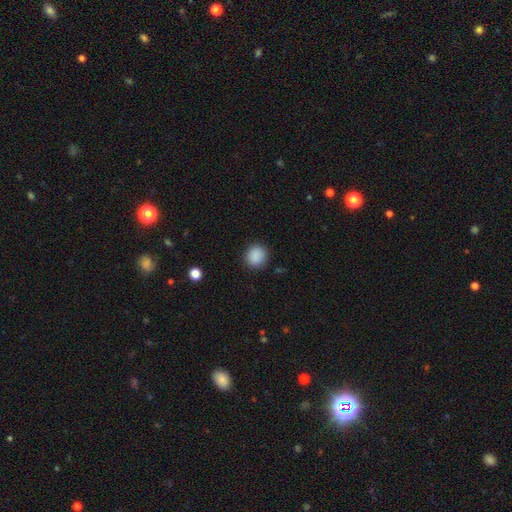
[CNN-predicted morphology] A smooth galaxy with no disk features (88%) that is round (86%). Merging: none (89%).